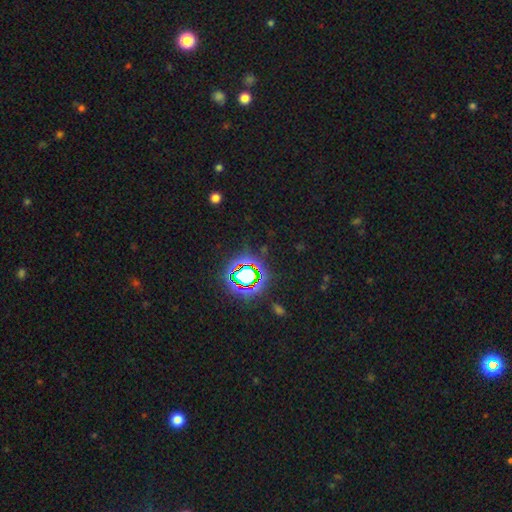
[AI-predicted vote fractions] Overall: star or artifact (81%).